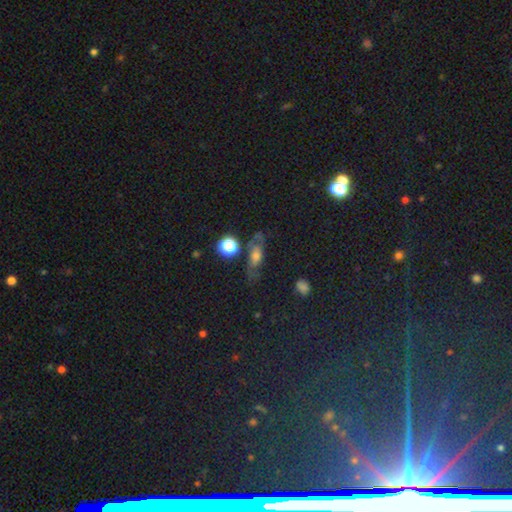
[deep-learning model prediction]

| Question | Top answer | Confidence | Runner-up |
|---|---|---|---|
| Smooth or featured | smooth | 48% | featured or disk (33%) |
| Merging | none | 58% | minor disturbance (22%) |